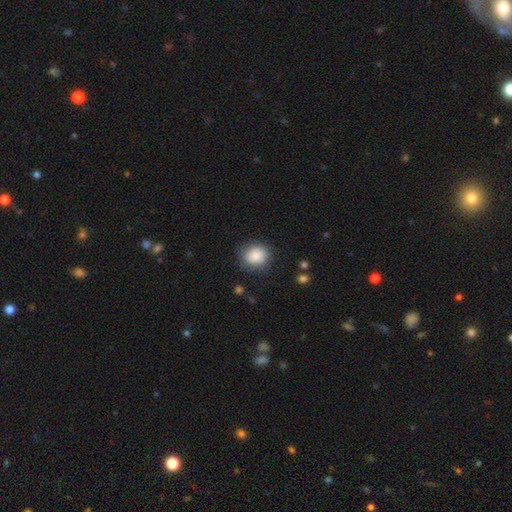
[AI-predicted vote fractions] Smooth or featured: smooth — 86% (star or artifact — 8%)
How rounded: round — 76% (in between — 23%)
Merging: none — 78% (minor disturbance — 16%)